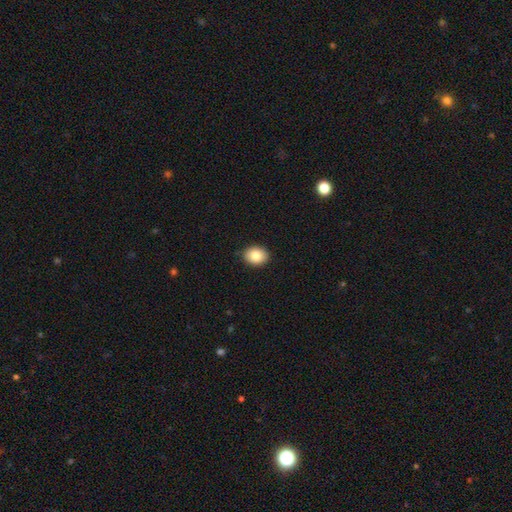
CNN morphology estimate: smooth-or-featured: smooth: 86% | star or artifact: 8% | featured or disk: 6%
  how-rounded: in between: 57% | round: 43% | cigar-shaped: 1%
  merging: none: 88% | minor disturbance: 9% | major disturbance: 2% | merger: 1%